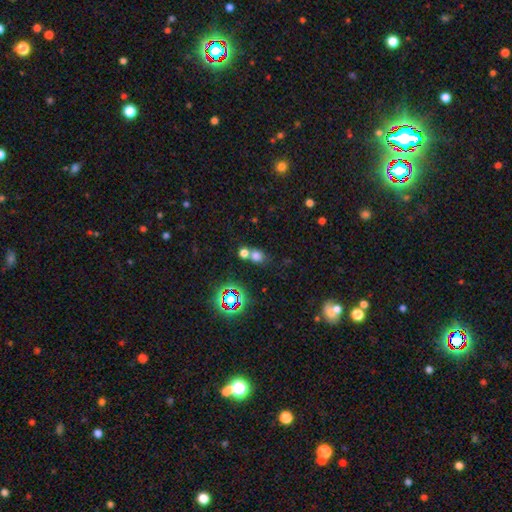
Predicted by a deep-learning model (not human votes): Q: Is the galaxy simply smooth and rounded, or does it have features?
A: smooth — 66%.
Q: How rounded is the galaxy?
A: round — 63%.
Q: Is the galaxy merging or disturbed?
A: none — 49%.